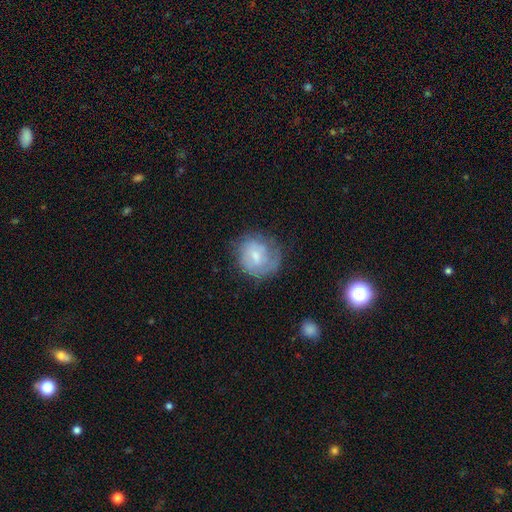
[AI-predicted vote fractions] Overall: featured or disk (48%; smooth 44%). Merging: none (62%; minor disturbance 24%).